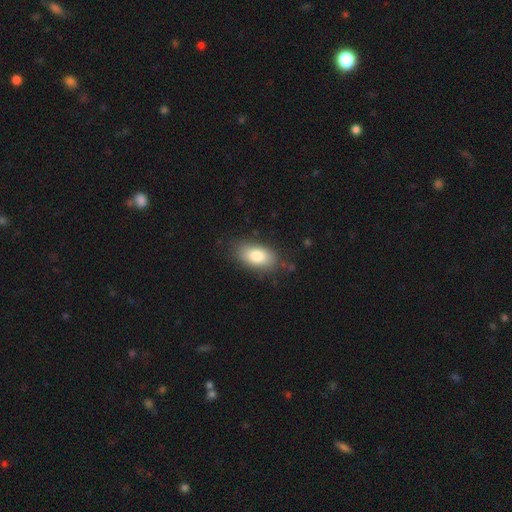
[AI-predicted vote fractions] smooth 82%, featured or disk 11%, star or artifact 7%. Down the decision tree: how rounded — in between (92%); merging — none (80%).